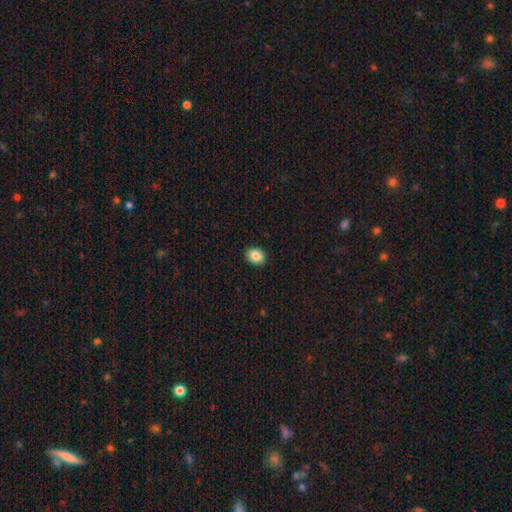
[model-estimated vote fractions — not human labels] This appears to be a smooth galaxy with no disk features (86%) that is in between round and cigar-shaped (57%). Merging: none (90%).